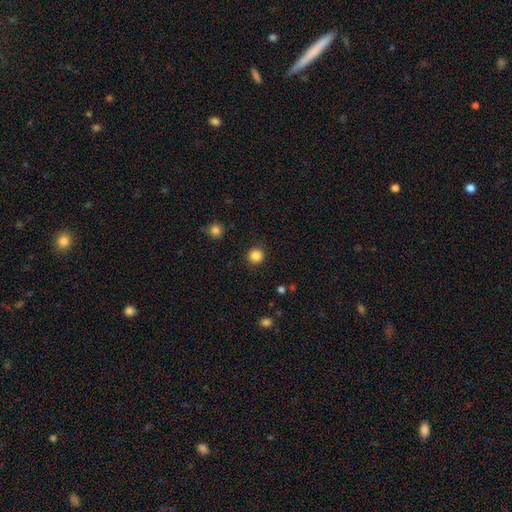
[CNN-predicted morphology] Smooth or featured? smooth (86%)
How rounded? round (94%)
Merging? none (91%)